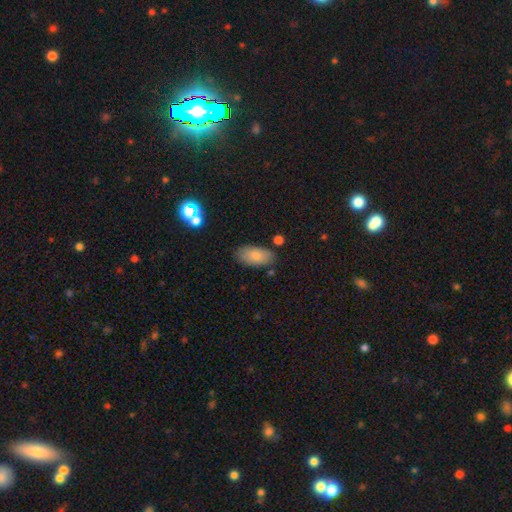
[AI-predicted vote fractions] smooth 81%, featured or disk 11%, star or artifact 7%. Down the decision tree: how rounded — in between (93%); merging — none (80%).